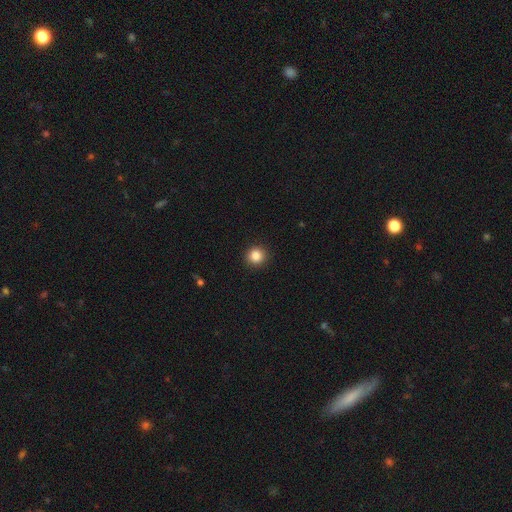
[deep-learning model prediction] A smooth galaxy with no disk features (86%) that is round (93%).

Vote fractions:
- Smooth or featured? smooth: 86% / star or artifact: 10% / featured or disk: 4%
- How rounded? round: 93% / in between: 6% / cigar-shaped: 1%
- Merging? none: 91% / minor disturbance: 6% / major disturbance: 2% / merger: 1%